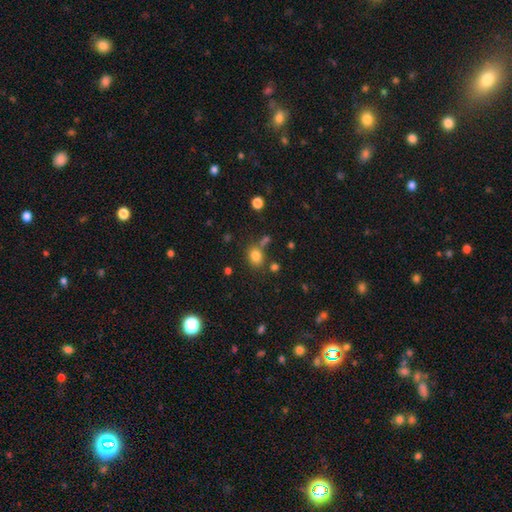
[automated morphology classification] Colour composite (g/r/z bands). It shows a smooth galaxy with no disk features (80%) that is in between round and cigar-shaped (50%). Merging: none (68%).